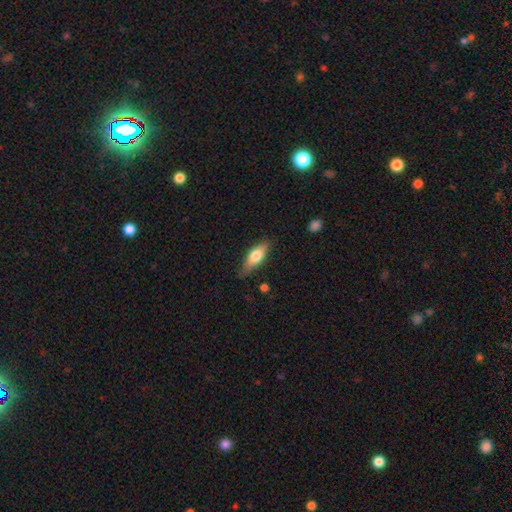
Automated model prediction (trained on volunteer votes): Smooth or featured? smooth (63%)
How rounded? in between (61%)
Merging? none (77%)